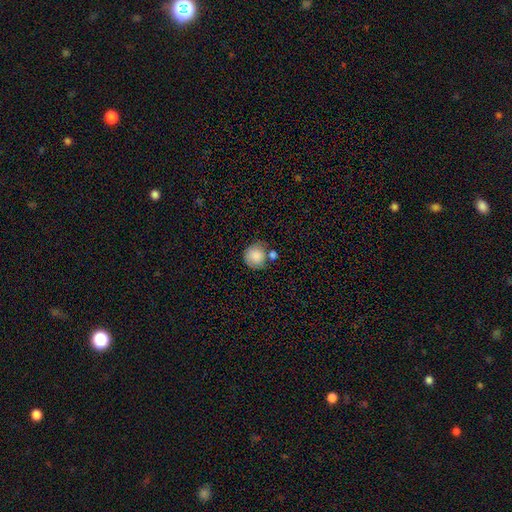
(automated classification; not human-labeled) The model was most divided on "merging": none: 55%, merger: 21%, minor disturbance: 17%, major disturbance: 6%. More confident: how rounded — round (91%); smooth or featured — smooth (85%).